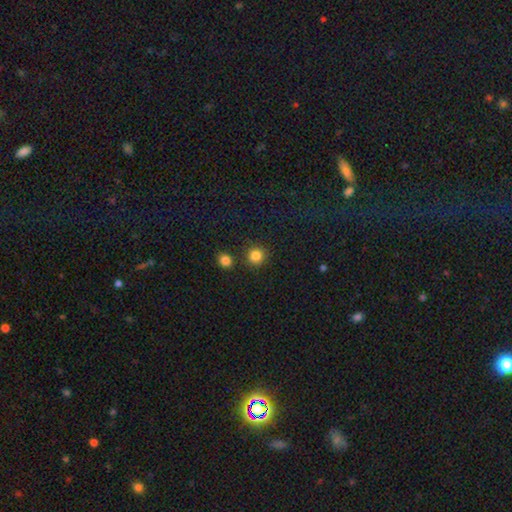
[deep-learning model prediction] Smooth or featured? Predicted: smooth (p=0.84). How rounded? Predicted: round (p=0.92). Merging? Predicted: none (p=0.84).